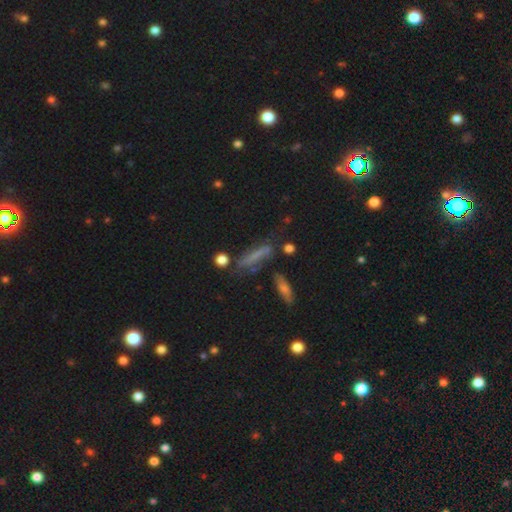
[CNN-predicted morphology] smooth 53%, featured or disk 30%, star or artifact 16%. Down the decision tree: how rounded — cigar-shaped (77%); merging — none (62%).